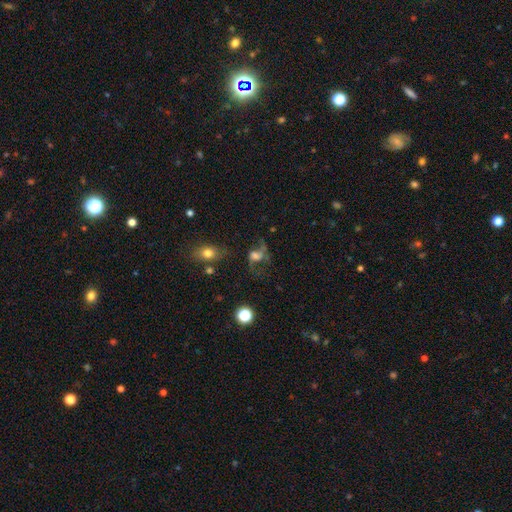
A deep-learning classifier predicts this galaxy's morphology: A featured or disk galaxy (48%).

Vote fractions:
- Smooth or featured? featured or disk: 48% / smooth: 33% / star or artifact: 19%
- Merging? none: 39% / major disturbance: 34% / minor disturbance: 16% / merger: 10%